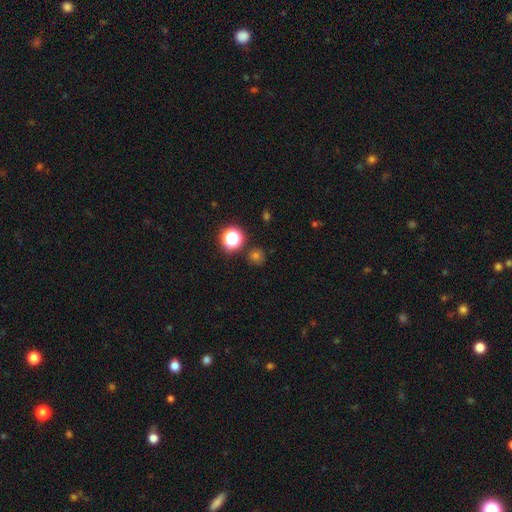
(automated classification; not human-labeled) smooth_or_featured: smooth (p=0.67) [alt: star or artifact p=0.27]
how_rounded: round (p=0.92) [alt: in between p=0.07]
merging: none (p=0.85) [alt: minor disturbance p=0.08]